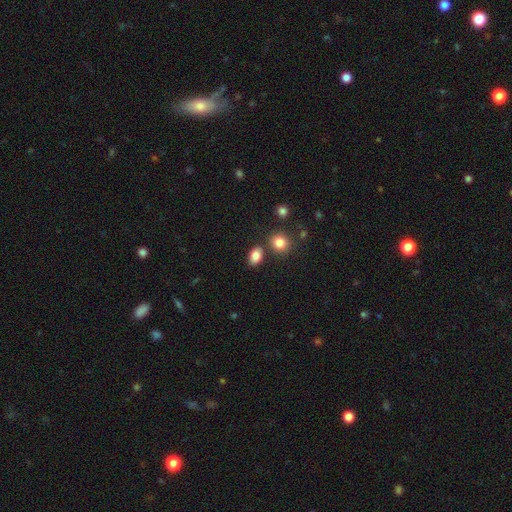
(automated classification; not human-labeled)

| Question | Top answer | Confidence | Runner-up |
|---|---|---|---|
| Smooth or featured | smooth | 83% | star or artifact (10%) |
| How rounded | in between | 80% | round (18%) |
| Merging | none | 75% | merger (11%) |